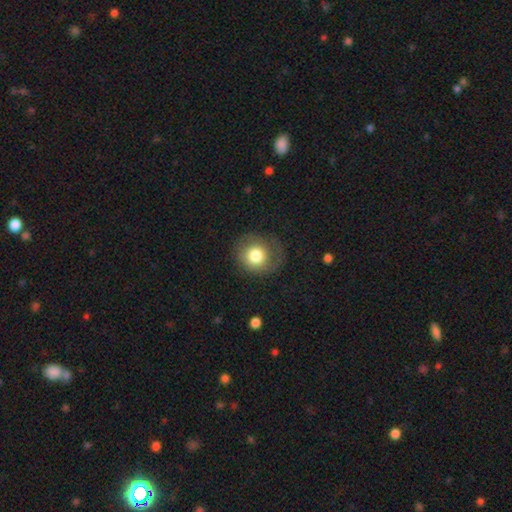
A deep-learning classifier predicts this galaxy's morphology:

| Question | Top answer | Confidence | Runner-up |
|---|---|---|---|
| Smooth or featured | smooth | 76% | featured or disk (16%) |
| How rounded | round | 83% | in between (16%) |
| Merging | none | 68% | minor disturbance (19%) |